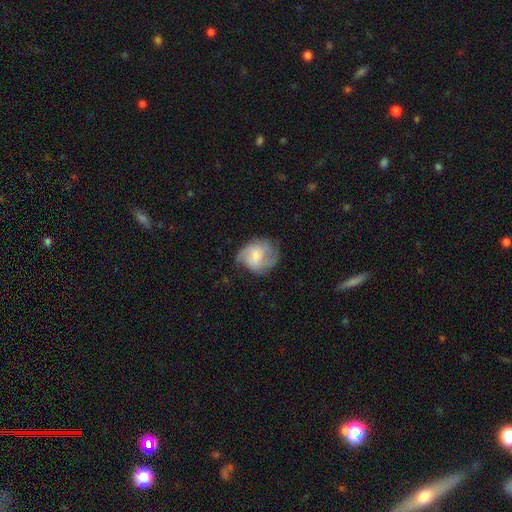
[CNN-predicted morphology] Q: Smooth or featured?
A: featured or disk (57%); runner-up: smooth (36%)
Q: Edge-on disk?
A: no (97%); runner-up: yes (3%)
Q: Bar?
A: no (51%); runner-up: weak (41%)
Q: Spiral arms?
A: yes (85%); runner-up: no (15%)
Q: Bulge size?
A: moderate (45%); runner-up: small (39%)
Q: Merging?
A: none (54%); runner-up: minor disturbance (29%)